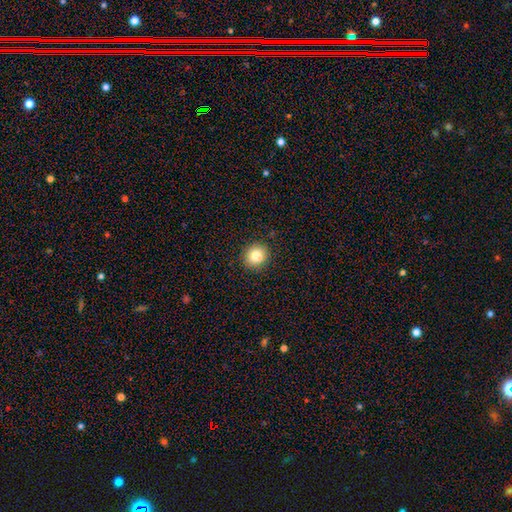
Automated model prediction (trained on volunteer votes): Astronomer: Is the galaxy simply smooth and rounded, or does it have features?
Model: smooth — 83%.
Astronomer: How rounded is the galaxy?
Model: round — 85%.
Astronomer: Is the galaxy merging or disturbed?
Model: none — 90%.